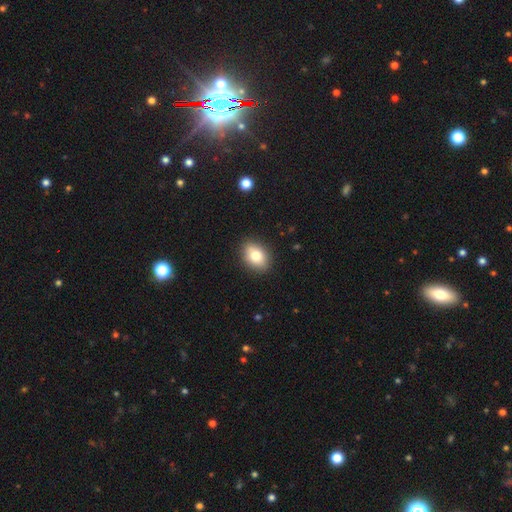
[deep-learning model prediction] Smooth or featured? smooth (80%)
How rounded? in between (76%)
Merging? none (87%)